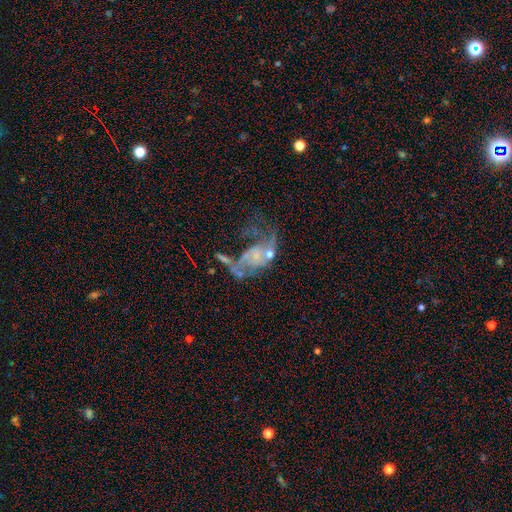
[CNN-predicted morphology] Smooth or featured: featured or disk — 70% (smooth — 17%)
Edge-on disk: no — 97% (yes — 3%)
Bar: no — 75% (weak — 20%)
Spiral arms: yes — 57% (no — 43%)
Bulge size: none — 47% (small — 36%)
Merging: major disturbance — 44% (merger — 22%)